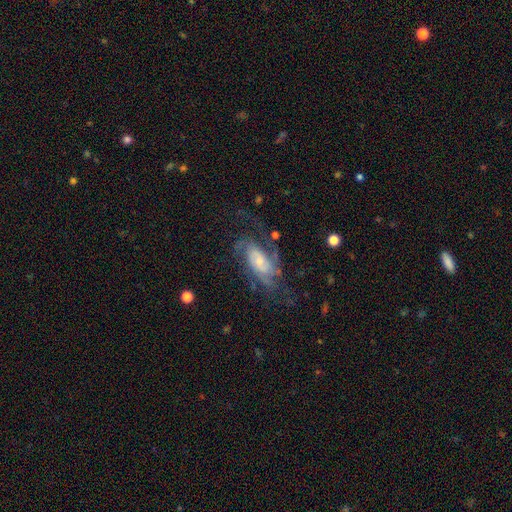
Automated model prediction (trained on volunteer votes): smooth-or-featured: featured or disk: 80% | smooth: 12% | star or artifact: 8%
  disk-edge-on: no: 94% | yes: 6%
    bar: no: 59% | weak: 32% | strong: 9%
    has-spiral-arms: yes: 93% | no: 7%
      spiral-winding: medium: 42% | tight: 40% | loose: 18%
      spiral-arm-count: 2: 35% | can't tell: 30% | 3: 17% | 4: 8% | 1: 6% | more than 4: 5%
    bulge-size: small: 54% | moderate: 30% | none: 7% | large: 7% | dominant: 2%
  merging: none: 62% | major disturbance: 18% | minor disturbance: 18% | merger: 2%